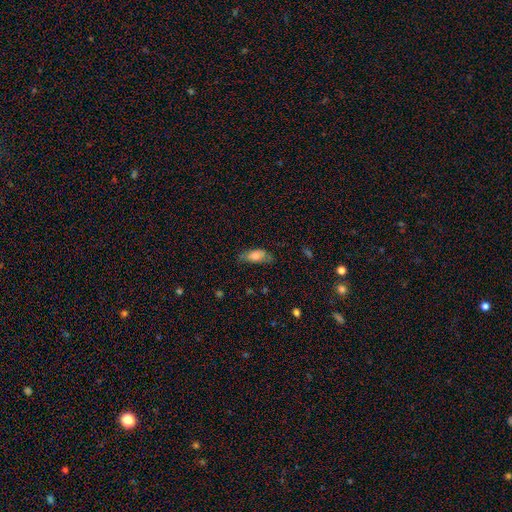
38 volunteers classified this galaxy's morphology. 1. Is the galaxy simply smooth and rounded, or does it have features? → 95% smooth, 5% featured or disk, 0% star or artifact.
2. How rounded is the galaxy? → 92% in between, 8% cigar-shaped, 0% round.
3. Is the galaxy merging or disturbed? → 50% none, 34% minor disturbance, 16% major disturbance, 0% merger.